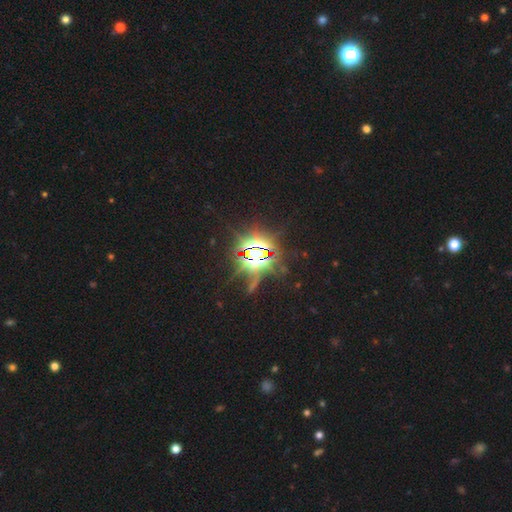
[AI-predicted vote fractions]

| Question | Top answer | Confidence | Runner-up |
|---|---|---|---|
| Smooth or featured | star or artifact | 82% | featured or disk (10%) |